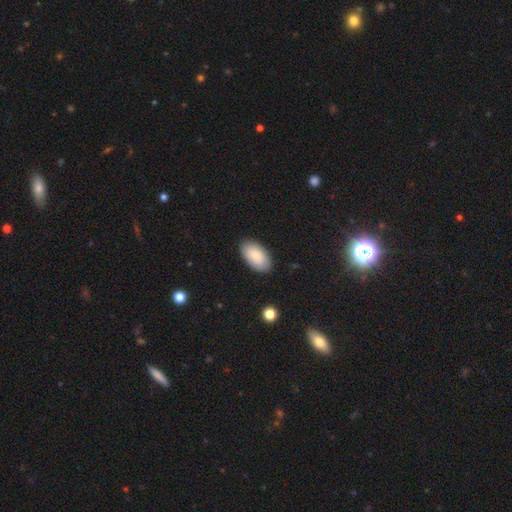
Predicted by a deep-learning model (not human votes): Smooth or featured? Predicted: smooth (p=0.87). How rounded? Predicted: in between (p=0.96). Merging? Predicted: none (p=0.86).